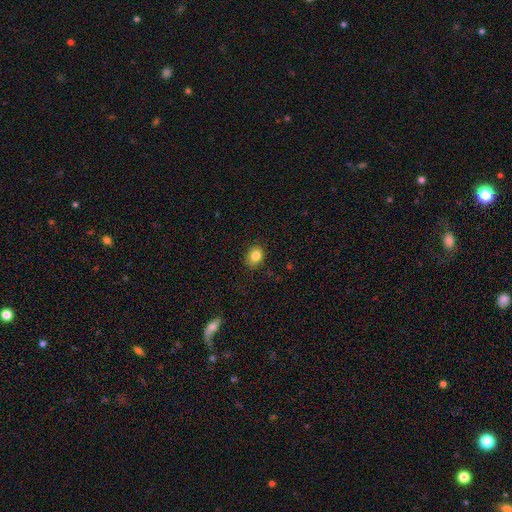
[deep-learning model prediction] The model was most divided on "how rounded": in between: 57%, round: 42%, cigar-shaped: 1%. More confident: merging — none (86%); smooth or featured — smooth (84%).